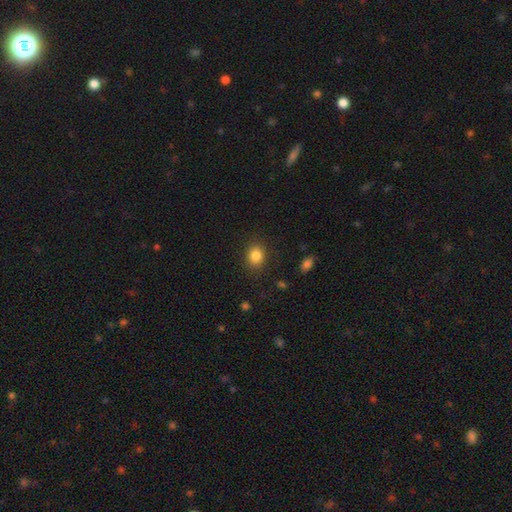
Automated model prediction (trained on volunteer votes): Q: Smooth or featured?
A: smooth (84%); runner-up: star or artifact (11%)
Q: How rounded?
A: round (62%); runner-up: in between (37%)
Q: Merging?
A: none (87%); runner-up: minor disturbance (9%)